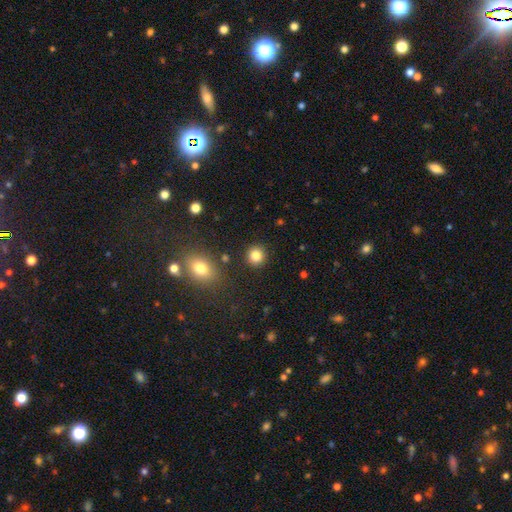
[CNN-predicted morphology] A smooth galaxy with no disk features (84%) that is round (90%).

Vote fractions:
- Smooth or featured? smooth: 84% / star or artifact: 11% / featured or disk: 5%
- How rounded? round: 90% / in between: 9% / cigar-shaped: 1%
- Merging? none: 89% / minor disturbance: 6% / merger: 2% / major disturbance: 2%